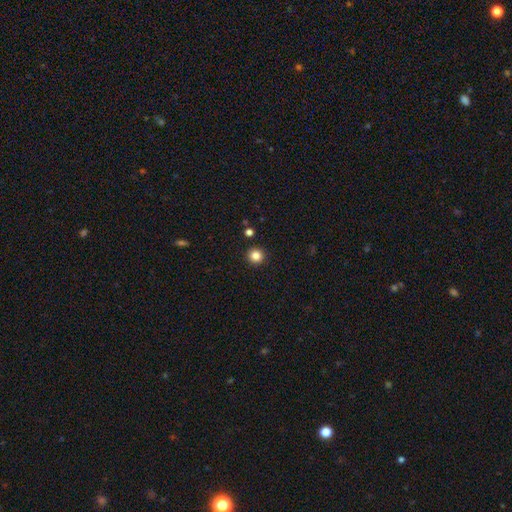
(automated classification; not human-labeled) smooth-or-featured: smooth: 84% | star or artifact: 12% | featured or disk: 4%
  how-rounded: round: 95% | in between: 4% | cigar-shaped: 1%
  merging: none: 93% | minor disturbance: 4% | merger: 2% | major disturbance: 2%